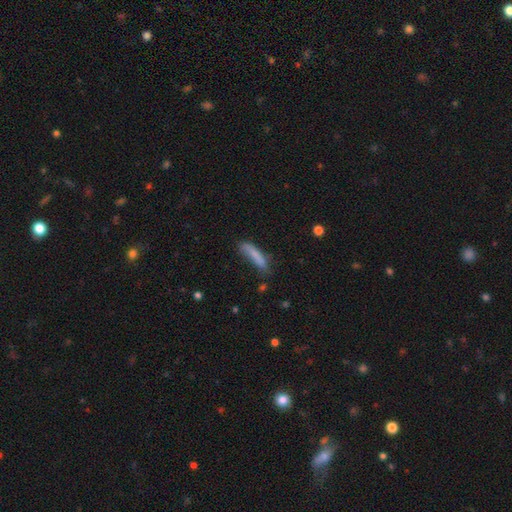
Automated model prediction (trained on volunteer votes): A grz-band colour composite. It shows a smooth galaxy with no disk features (78%) that is cigar-shaped (80%). Merging: none (57%).